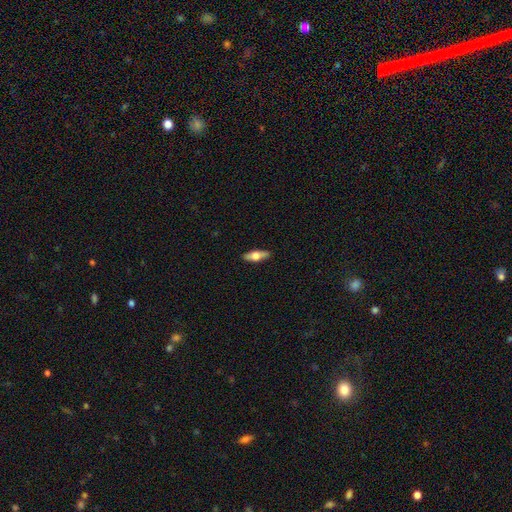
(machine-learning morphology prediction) smooth 57%, featured or disk 37%, star or artifact 6%. Down the decision tree: how rounded — in between (62%); merging — none (89%).